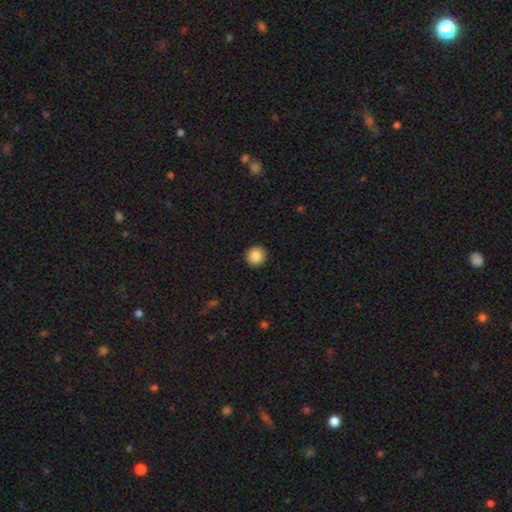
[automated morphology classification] The model was most divided on "smooth or featured": smooth: 87%, star or artifact: 9%, featured or disk: 5%. More confident: how rounded — round (94%); merging — none (92%).